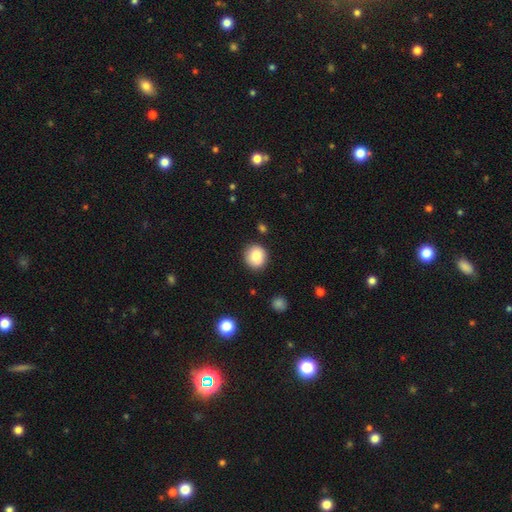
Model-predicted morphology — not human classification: smooth 85%, star or artifact 9%, featured or disk 7%. Down the decision tree: how rounded — round (88%); merging — none (87%).